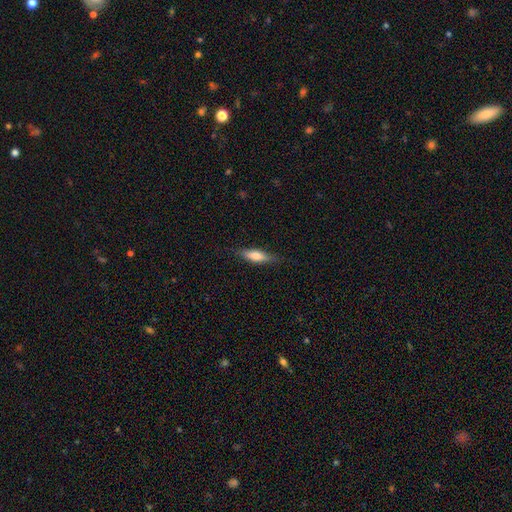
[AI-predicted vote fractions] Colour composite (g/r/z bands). It shows a smooth galaxy with no disk features (68%) that is cigar-shaped (57%). Merging: none (81%).